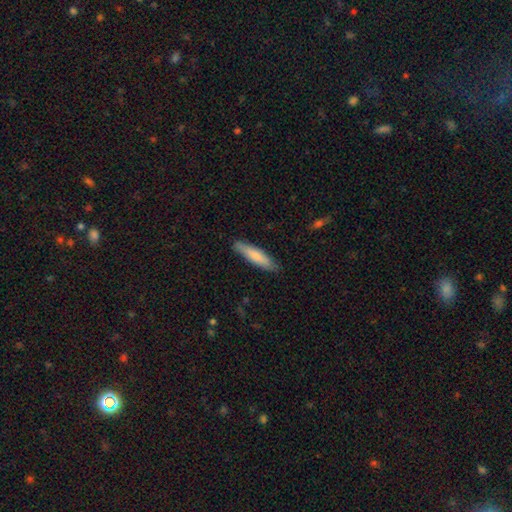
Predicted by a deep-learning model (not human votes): Smooth or featured?
  - smooth: 78% *
  - featured or disk: 17%
  - star or artifact: 5%
How rounded?
  - cigar-shaped: 80% *
  - in between: 19%
  - round: 1%
Merging?
  - none: 85% *
  - minor disturbance: 12%
  - major disturbance: 2%
  - merger: 1%